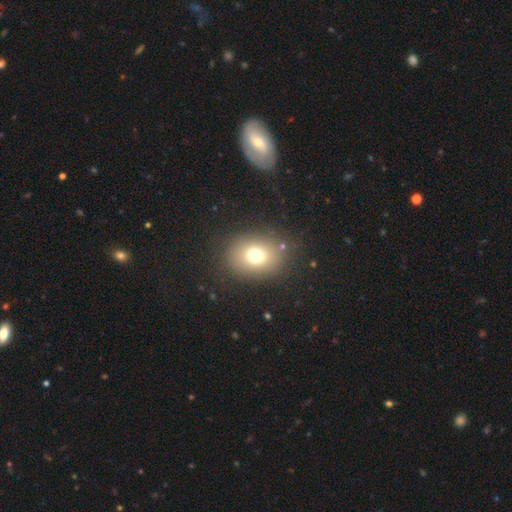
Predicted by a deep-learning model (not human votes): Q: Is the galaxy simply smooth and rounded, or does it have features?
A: smooth — 73%.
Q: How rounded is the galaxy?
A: round — 50%.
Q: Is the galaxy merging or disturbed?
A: none — 83%.